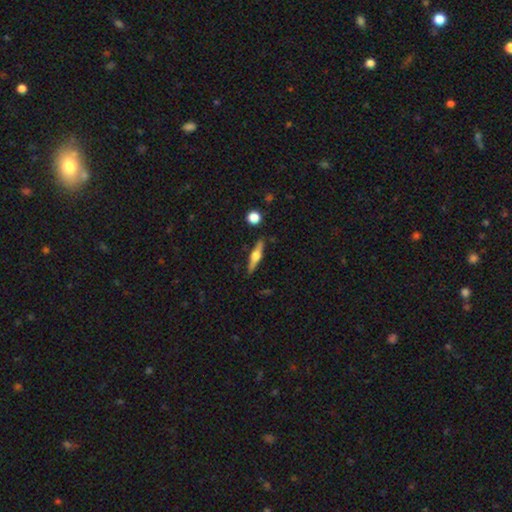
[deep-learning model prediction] Morphology: type=featured or disk (63%); edge-on=yes (97%); edge-on bulge=rounded (93%); merging=none (88%).